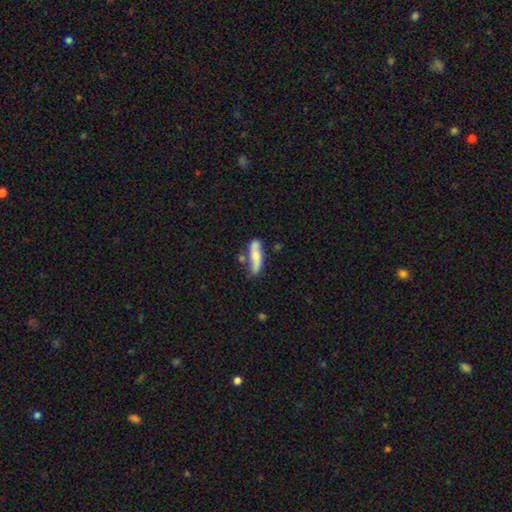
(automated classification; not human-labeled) Morphology: type=smooth (53%); roundness=cigar-shaped (61%); merging=none (63%).